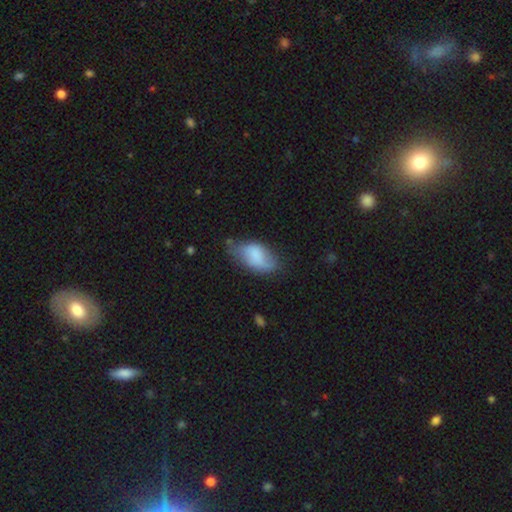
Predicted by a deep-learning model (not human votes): A smooth galaxy with no disk features (70%) that is in between round and cigar-shaped (92%).

Vote fractions:
- Smooth or featured? smooth: 70% / featured or disk: 22% / star or artifact: 8%
- How rounded? in between: 92% / round: 4% / cigar-shaped: 3%
- Merging? none: 44% / minor disturbance: 37% / major disturbance: 15% / merger: 4%